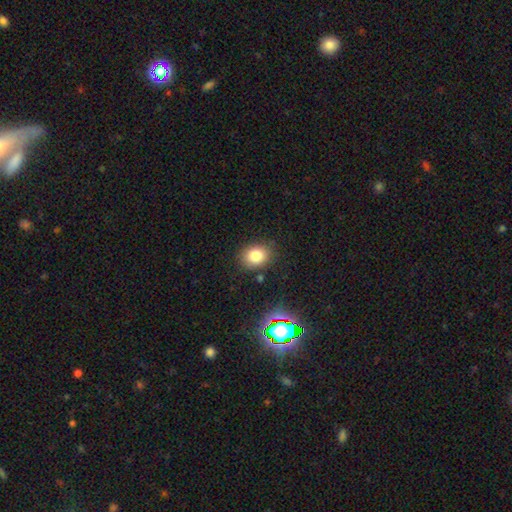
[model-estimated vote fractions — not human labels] Overall: smooth (80%). How rounded: in between (51%; round 48%). Merging: none (83%).